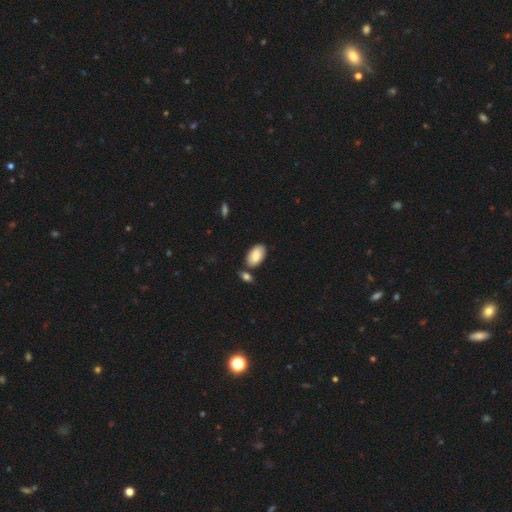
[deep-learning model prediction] Smooth or featured? smooth (85%)
How rounded? in between (94%)
Merging? none (71%)